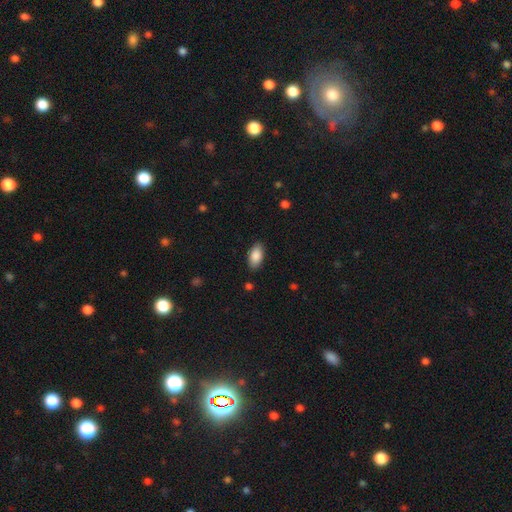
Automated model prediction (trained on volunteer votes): Smooth or featured?
  - smooth: 87% *
  - star or artifact: 7%
  - featured or disk: 6%
How rounded?
  - in between: 94% *
  - cigar-shaped: 3%
  - round: 3%
Merging?
  - none: 85% *
  - minor disturbance: 11%
  - major disturbance: 3%
  - merger: 1%